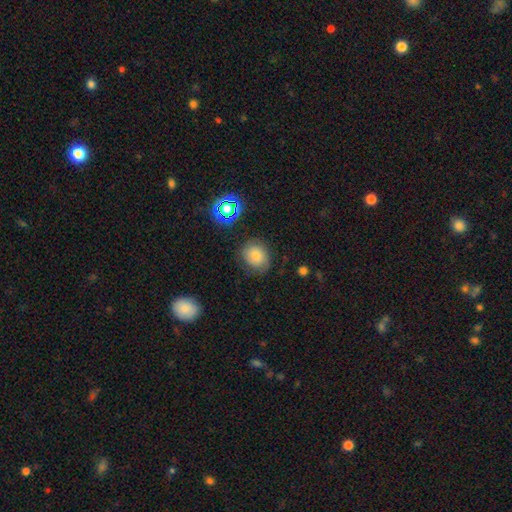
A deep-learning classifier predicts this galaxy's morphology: Smooth or featured? smooth (62%)
How rounded? round (70%)
Merging? none (73%)